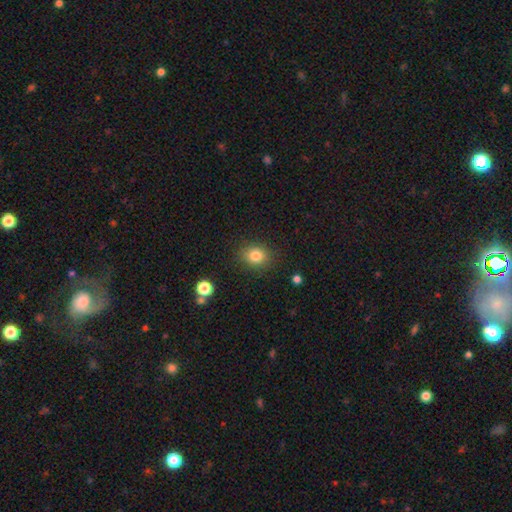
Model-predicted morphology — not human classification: smooth-or-featured: smooth: 82% | star or artifact: 11% | featured or disk: 7%
  how-rounded: round: 60% | in between: 39% | cigar-shaped: 1%
  merging: none: 86% | minor disturbance: 10% | major disturbance: 3% | merger: 1%